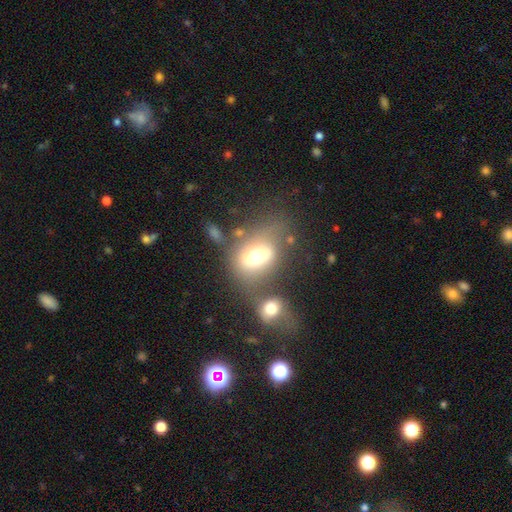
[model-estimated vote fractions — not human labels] A smooth galaxy with no disk features (59%) that is in between round and cigar-shaped (67%).

Vote fractions:
- Smooth or featured? smooth: 59% / featured or disk: 30% / star or artifact: 10%
- How rounded? in between: 67% / round: 31% / cigar-shaped: 2%
- Merging? merger: 38% / none: 33% / minor disturbance: 15% / major disturbance: 14%